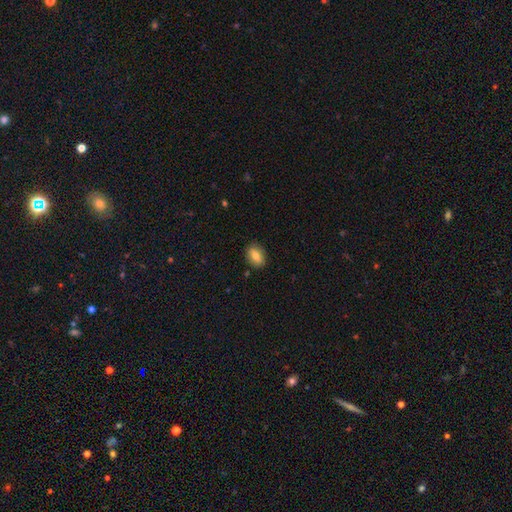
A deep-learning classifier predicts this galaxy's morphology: Overall: smooth (73%). How rounded: in between (78%). Merging: none (87%).